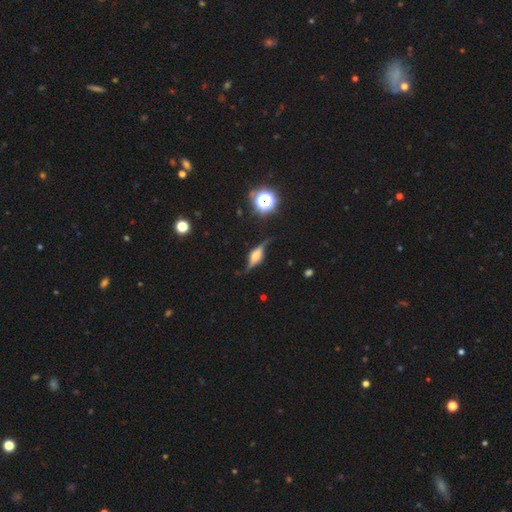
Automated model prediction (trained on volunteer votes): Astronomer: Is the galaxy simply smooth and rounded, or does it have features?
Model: featured or disk — 76%.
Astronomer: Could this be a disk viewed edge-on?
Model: yes — 79%.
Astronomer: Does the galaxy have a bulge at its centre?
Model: rounded — 77%.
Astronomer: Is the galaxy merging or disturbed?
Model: none — 70%.